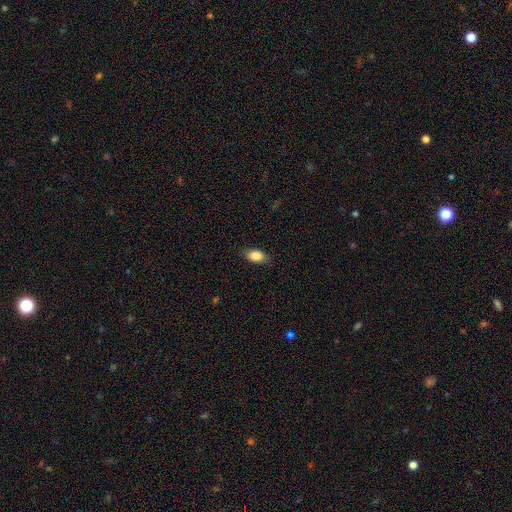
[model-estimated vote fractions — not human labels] A smooth galaxy with no disk features (86%) that is in between round and cigar-shaped (88%).

Vote fractions:
- Smooth or featured? smooth: 86% / star or artifact: 8% / featured or disk: 6%
- How rounded? in between: 88% / round: 9% / cigar-shaped: 2%
- Merging? none: 84% / minor disturbance: 12% / major disturbance: 3% / merger: 1%